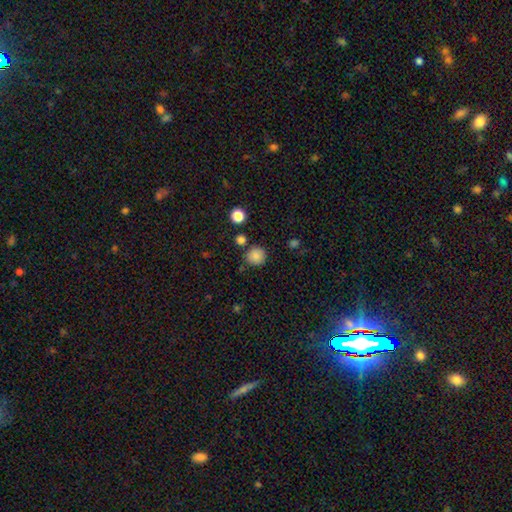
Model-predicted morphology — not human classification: Smooth or featured? Predicted: smooth (p=0.84). How rounded? Predicted: round (p=0.91). Merging? Predicted: none (p=0.81).